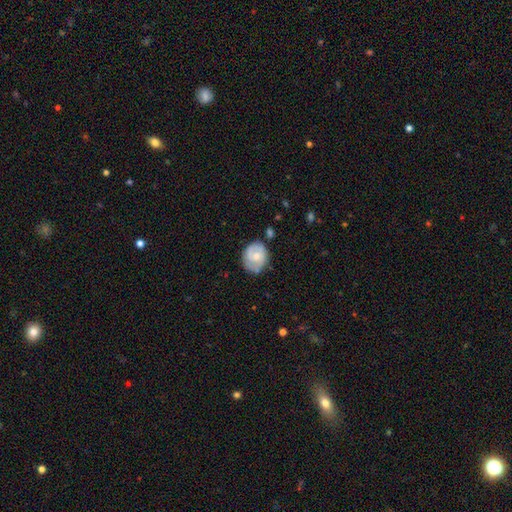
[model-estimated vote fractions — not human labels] A smooth galaxy with no disk features (51%) that is round (65%). Merging: none (65%).